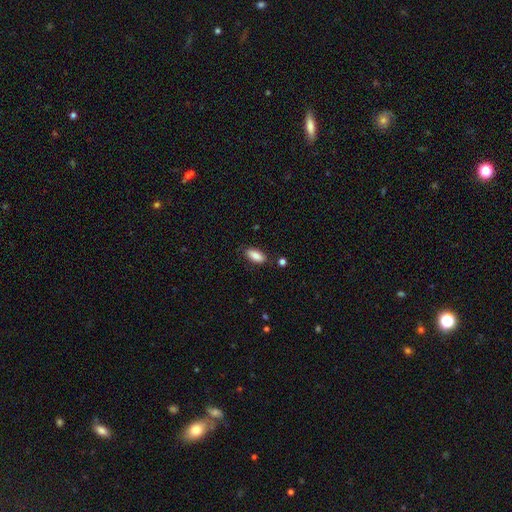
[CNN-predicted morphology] Q: Smooth or featured?
A: smooth (83%); runner-up: featured or disk (10%)
Q: How rounded?
A: in between (88%); runner-up: cigar-shaped (10%)
Q: Merging?
A: none (82%); runner-up: minor disturbance (13%)